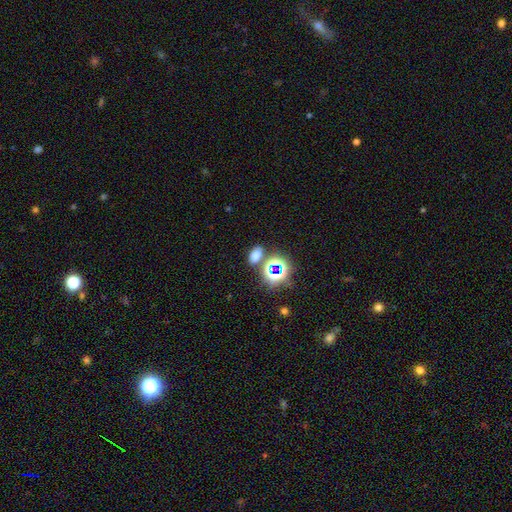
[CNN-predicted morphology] The model was most divided on "smooth or featured": smooth: 65%, star or artifact: 28%, featured or disk: 7%. More confident: how rounded — in between (84%); merging — none (74%).